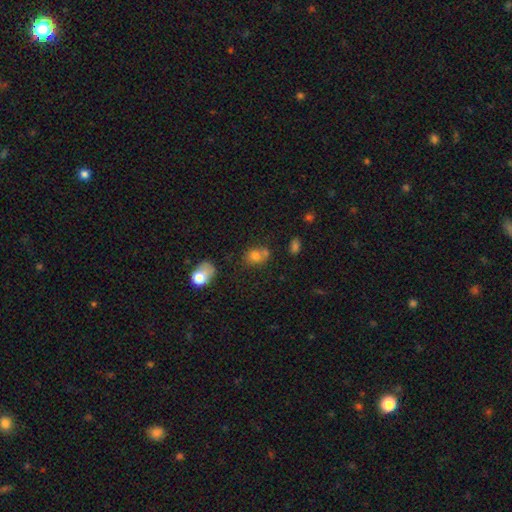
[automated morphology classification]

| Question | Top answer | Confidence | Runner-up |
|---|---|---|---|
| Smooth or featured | smooth | 75% | star or artifact (13%) |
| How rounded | round | 53% | in between (46%) |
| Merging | none | 45% | merger (31%) |